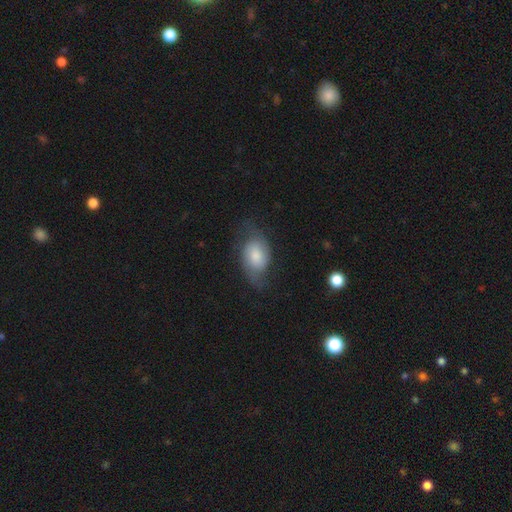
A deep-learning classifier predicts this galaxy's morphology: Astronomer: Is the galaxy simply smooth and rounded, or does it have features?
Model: smooth — 56% (runner-up: featured or disk, 36%).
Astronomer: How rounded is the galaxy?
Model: in between — 84%.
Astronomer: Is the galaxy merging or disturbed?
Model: none — 55%.